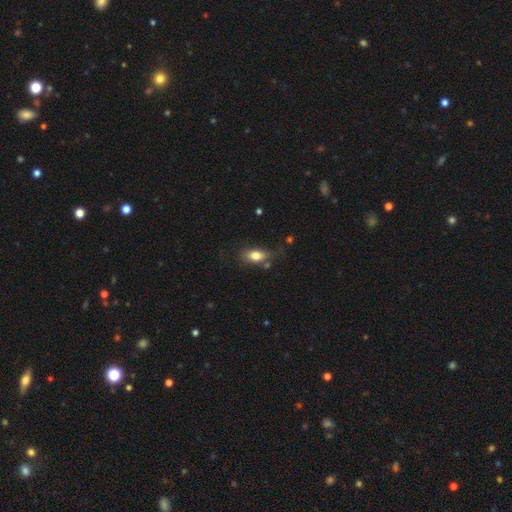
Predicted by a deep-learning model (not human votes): A smooth galaxy with no disk features (79%) that is in between round and cigar-shaped (84%). Merging: none (65%).